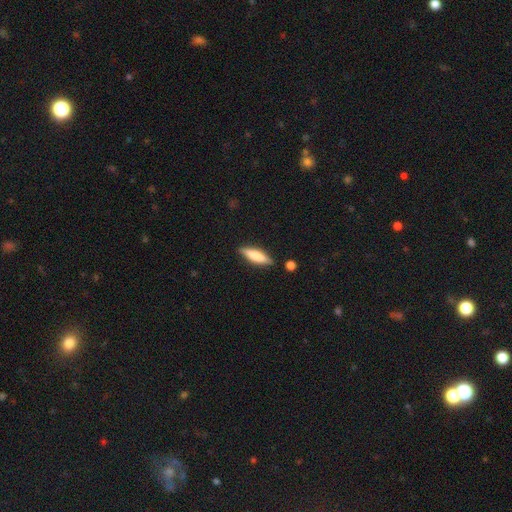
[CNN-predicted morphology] smooth 68%, featured or disk 26%, star or artifact 6%. Down the decision tree: how rounded — cigar-shaped (61%); merging — none (84%).